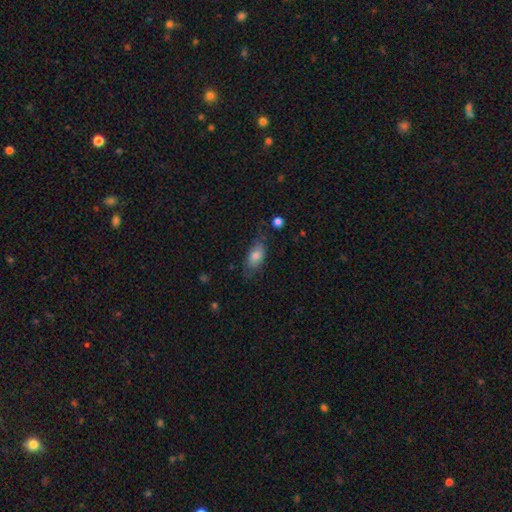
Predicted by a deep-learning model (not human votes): Smooth or featured?
  - smooth: 75% *
  - featured or disk: 17%
  - star or artifact: 8%
How rounded?
  - in between: 86% *
  - cigar-shaped: 9%
  - round: 5%
Merging?
  - none: 62% *
  - minor disturbance: 26%
  - major disturbance: 10%
  - merger: 2%